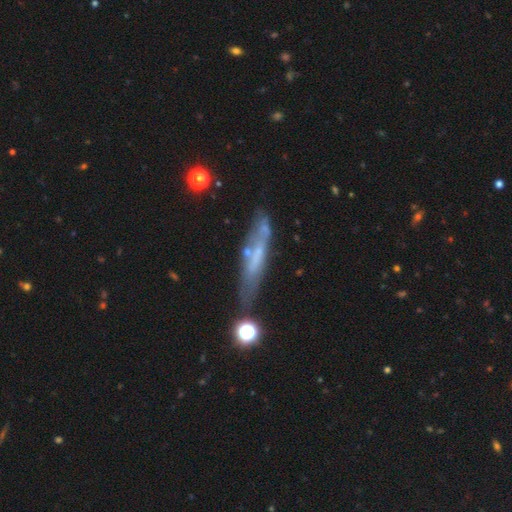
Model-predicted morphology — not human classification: Overall: featured or disk (52%; smooth 37%). Edge-on disk: yes (58%; no 42%). Merging: none (60%; minor disturbance 22%).